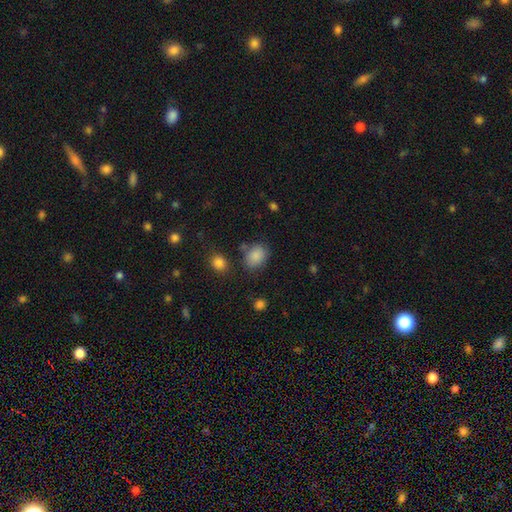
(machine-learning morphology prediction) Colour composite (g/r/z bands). It shows a smooth galaxy with no disk features (86%) that is in between round and cigar-shaped (64%). Merging: none (71%).